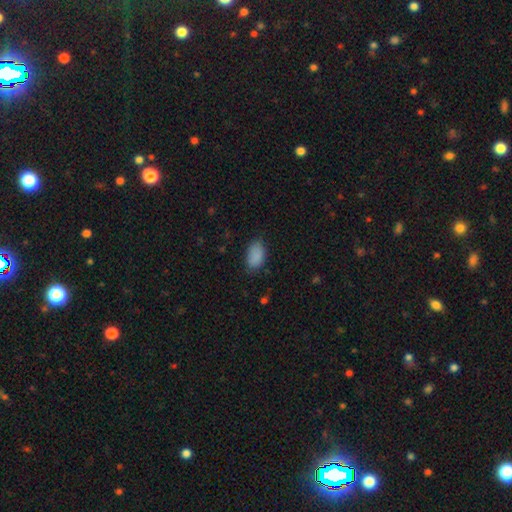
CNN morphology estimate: Smooth or featured? smooth (88%)
How rounded? in between (91%)
Merging? none (76%)